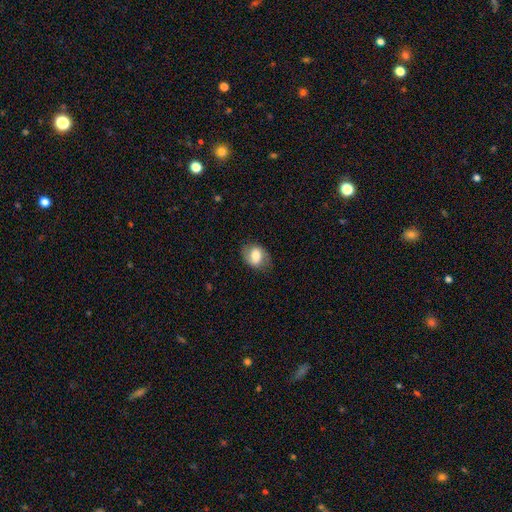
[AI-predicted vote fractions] Smooth or featured? Predicted: smooth (p=0.62). How rounded? Predicted: in between (p=0.66). Merging? Predicted: none (p=0.73).